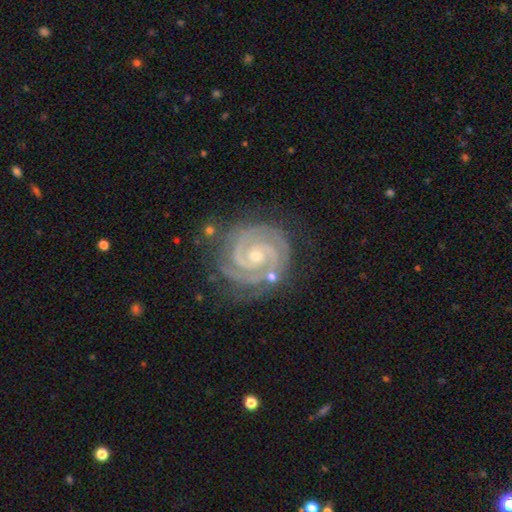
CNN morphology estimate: Smooth or featured? featured or disk (93%)
Edge-on disk? no (98%)
Bar? no (62%)
Spiral arms? yes (99%)
Spiral winding? tight (81%)
Spiral arm count? 2 (69%)
Bulge size? small (64%)
Merging? none (76%)